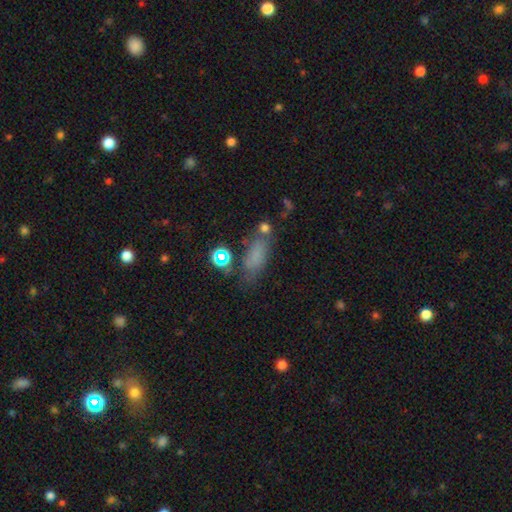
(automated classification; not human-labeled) A smooth galaxy with no disk features (67%) that is in between round and cigar-shaped (67%). Merging: none (59%).